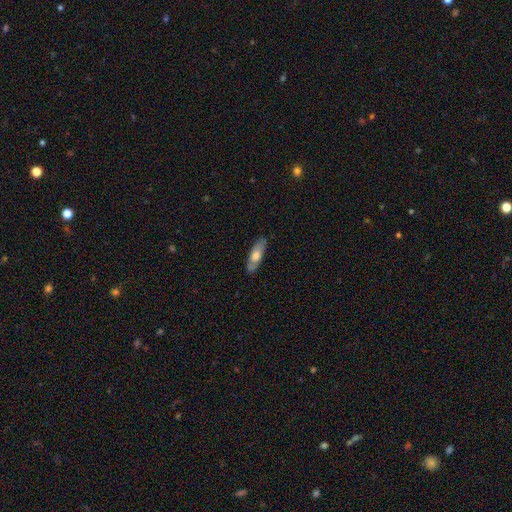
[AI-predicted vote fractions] smooth_or_featured: smooth (p=0.60) [alt: featured or disk p=0.34]
how_rounded: in between (p=0.60) [alt: cigar-shaped p=0.38]
merging: none (p=0.81) [alt: minor disturbance p=0.15]